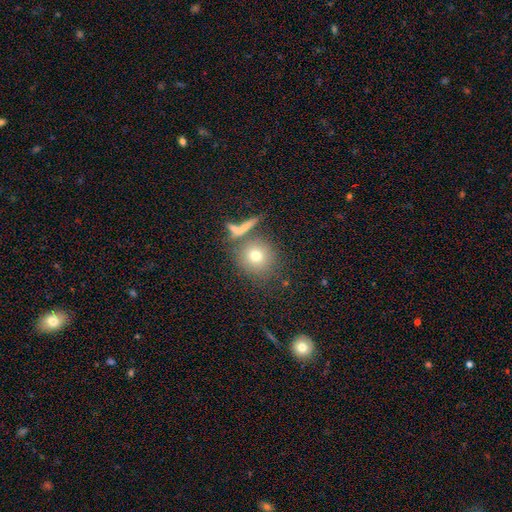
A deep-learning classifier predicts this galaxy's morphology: Overall: smooth (72%). How rounded: round (90%). Merging: none (69%).